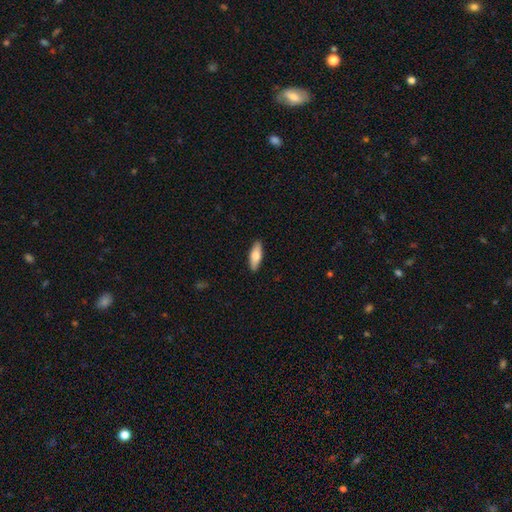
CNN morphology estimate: Overall: smooth (75%). How rounded: in between (62%; cigar-shaped 36%). Merging: none (90%).